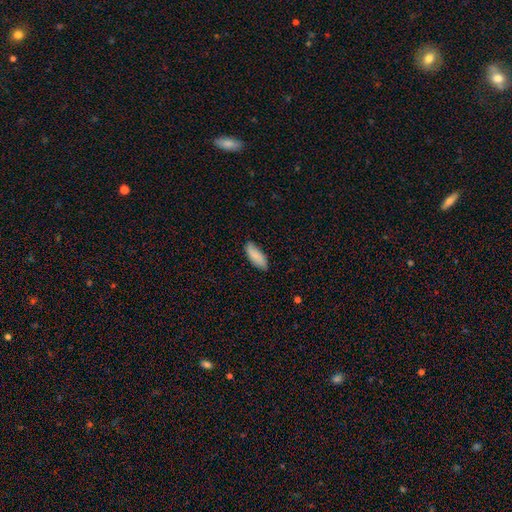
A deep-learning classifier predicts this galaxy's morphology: Q: Smooth or featured?
A: smooth (84%); runner-up: featured or disk (10%)
Q: How rounded?
A: in between (81%); runner-up: cigar-shaped (18%)
Q: Merging?
A: none (75%); runner-up: minor disturbance (20%)